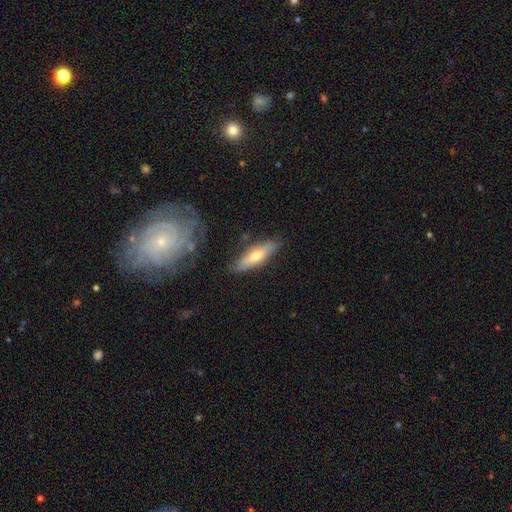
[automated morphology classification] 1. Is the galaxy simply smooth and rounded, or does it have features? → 54% smooth, 40% featured or disk, 6% star or artifact.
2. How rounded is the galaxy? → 61% cigar-shaped, 37% in between, 2% round.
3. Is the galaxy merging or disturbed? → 81% none, 13% minor disturbance, 3% major disturbance, 3% merger.